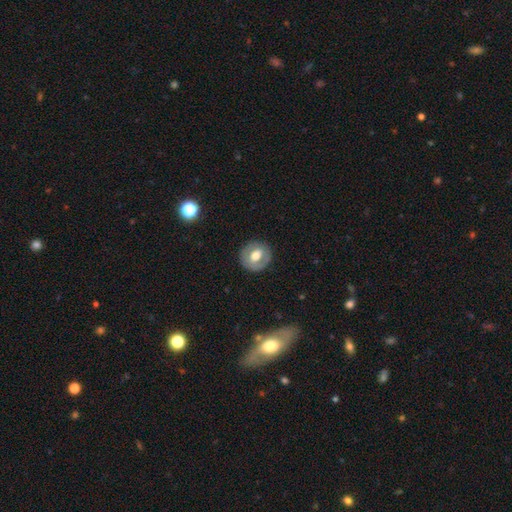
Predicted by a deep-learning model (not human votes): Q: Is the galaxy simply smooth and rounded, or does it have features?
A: smooth — 59%.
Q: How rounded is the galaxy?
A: round — 87%.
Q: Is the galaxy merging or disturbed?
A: none — 87%.